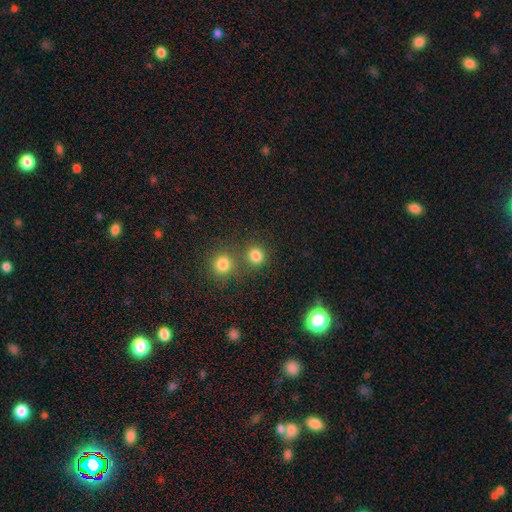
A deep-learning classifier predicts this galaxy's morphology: Smooth or featured: smooth — 81% (star or artifact — 14%)
How rounded: round — 87% (in between — 12%)
Merging: none — 68% (merger — 22%)